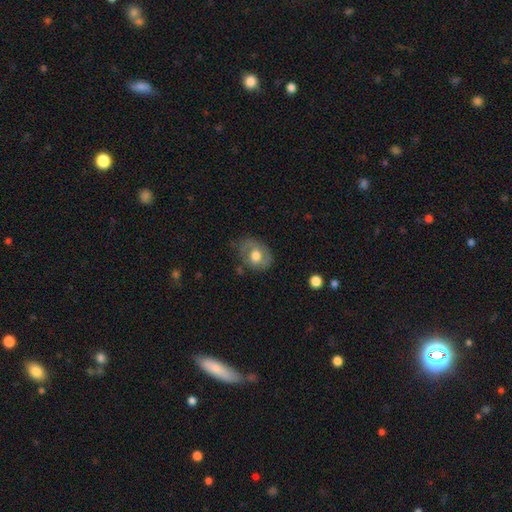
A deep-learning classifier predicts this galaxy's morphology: This is possibly a smooth galaxy (57%). How rounded: possibly in between (58%). Merging: likely none (61%).